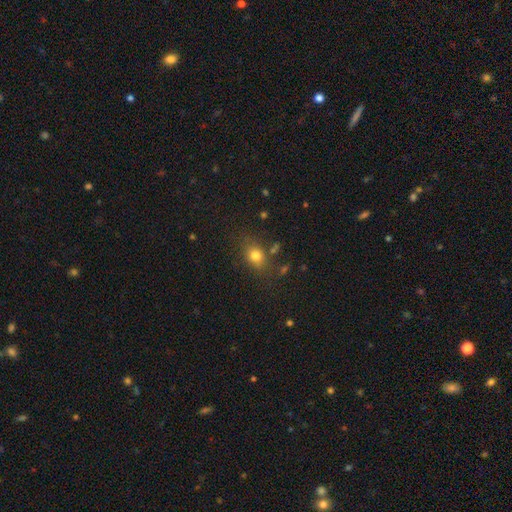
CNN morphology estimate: The model was most divided on "how rounded": round: 51%, in between: 47%, cigar-shaped: 2%. More confident: smooth or featured — smooth (77%); merging — none (74%).